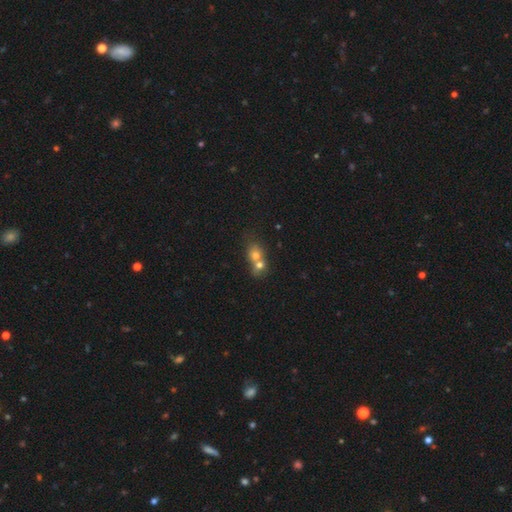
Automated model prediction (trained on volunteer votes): smooth 68%, featured or disk 20%, star or artifact 12%. Down the decision tree: how rounded — round (61%); merging — merger (69%).